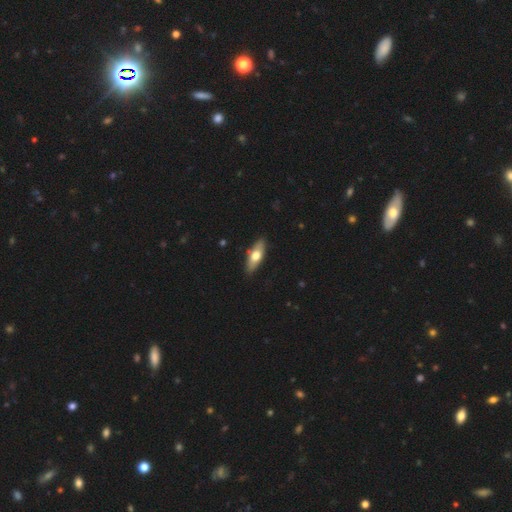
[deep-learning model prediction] smooth 59%, featured or disk 36%, star or artifact 5%. Down the decision tree: how rounded — in between (66%); merging — none (87%).